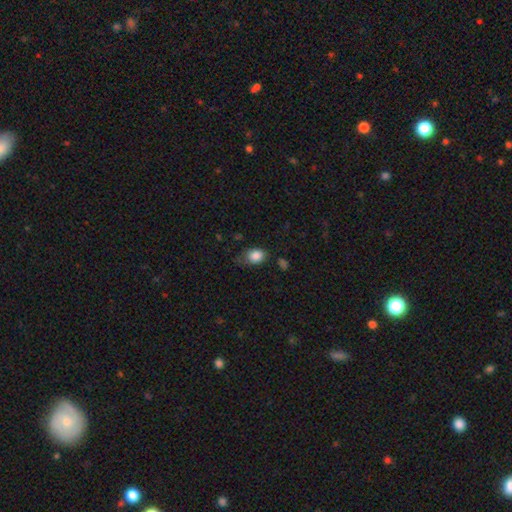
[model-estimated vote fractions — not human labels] smooth-or-featured: smooth: 86% | star or artifact: 9% | featured or disk: 6%
  how-rounded: in between: 63% | round: 36% | cigar-shaped: 1%
  merging: none: 54% | minor disturbance: 32% | major disturbance: 10% | merger: 3%